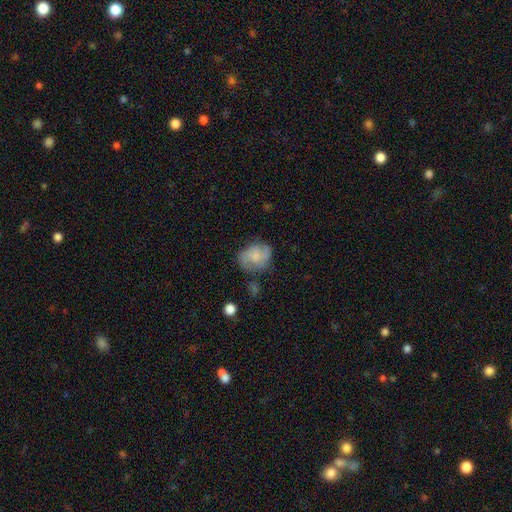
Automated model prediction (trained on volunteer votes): This appears to be a smooth galaxy with no disk features (55%) that is round (56%). Merging: none (56%).